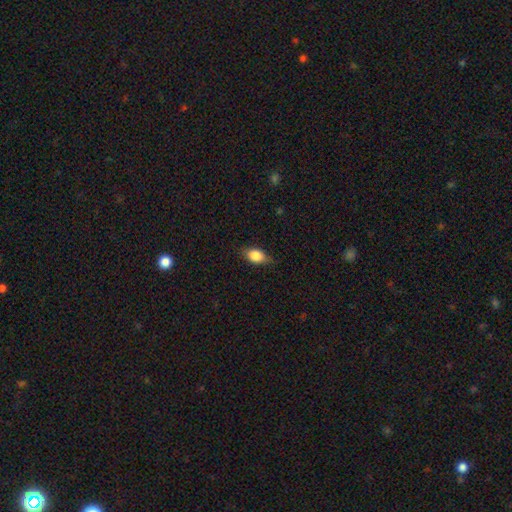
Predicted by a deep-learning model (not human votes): Overall: smooth (80%). How rounded: in between (78%). Merging: none (75%).